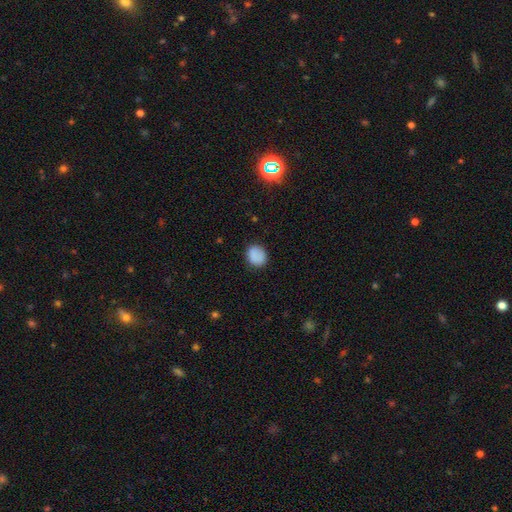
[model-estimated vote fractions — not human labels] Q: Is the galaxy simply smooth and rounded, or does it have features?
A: smooth — 85%.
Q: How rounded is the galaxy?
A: round — 72%.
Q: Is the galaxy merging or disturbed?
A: none — 84%.